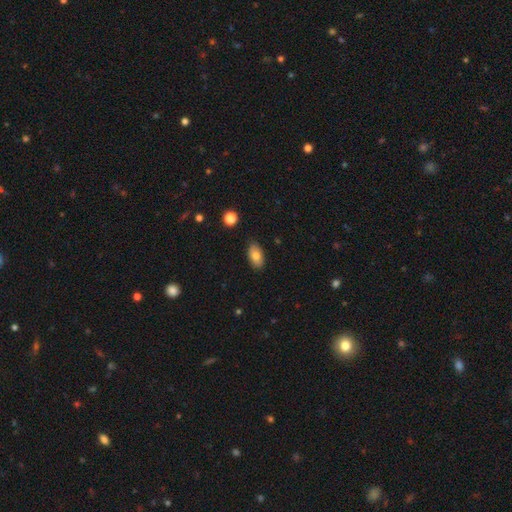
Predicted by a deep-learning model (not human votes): This is likely a smooth galaxy (77%). How rounded: clearly in between (92%). Merging: clearly none (86%).